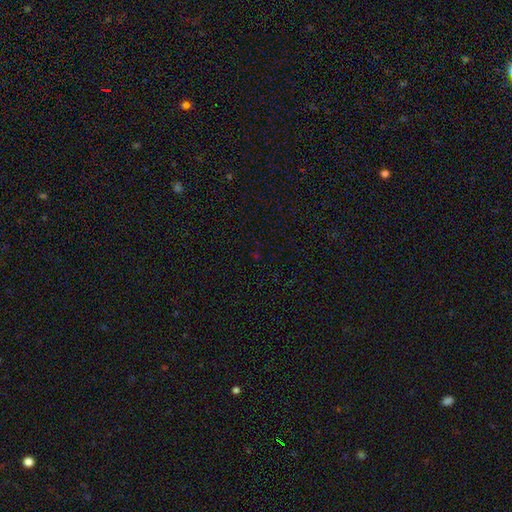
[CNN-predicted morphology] Overall: star or artifact (66%; smooth 27%).